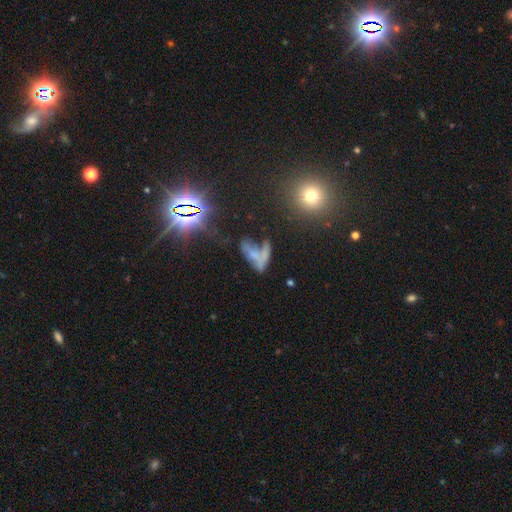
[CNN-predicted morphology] smooth 39%, featured or disk 34%, star or artifact 28%. Down the decision tree: merging — merger (33%).